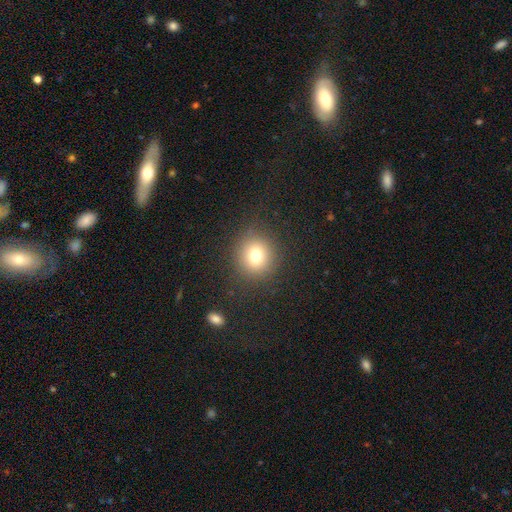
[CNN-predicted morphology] smooth_or_featured: smooth (p=0.75) [alt: star or artifact p=0.15]
how_rounded: round (p=0.88) [alt: in between p=0.11]
merging: none (p=0.87) [alt: minor disturbance p=0.08]